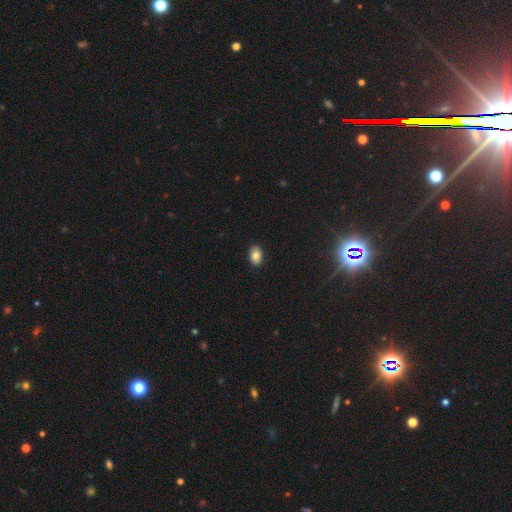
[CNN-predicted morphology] Overall: smooth (81%). How rounded: in between (85%). Merging: none (89%).